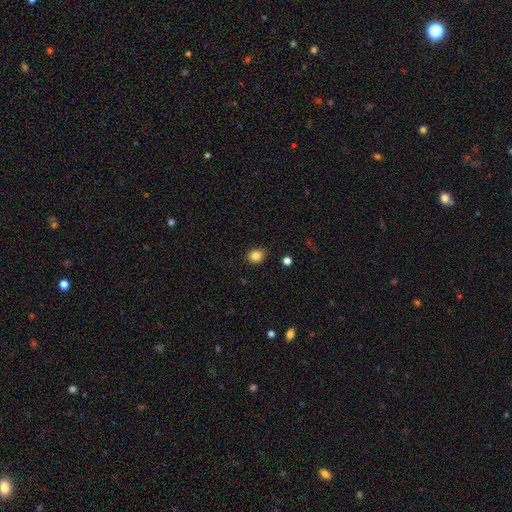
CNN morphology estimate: A smooth galaxy with no disk features (84%) that is round (63%). Merging: none (87%).